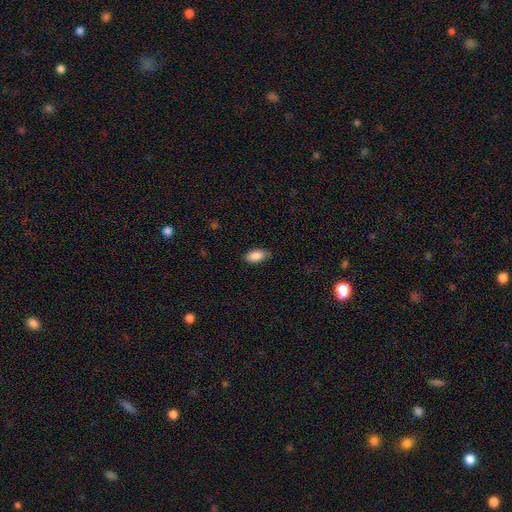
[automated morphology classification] A smooth galaxy with no disk features (88%) that is in between round and cigar-shaped (93%). Merging: none (78%).